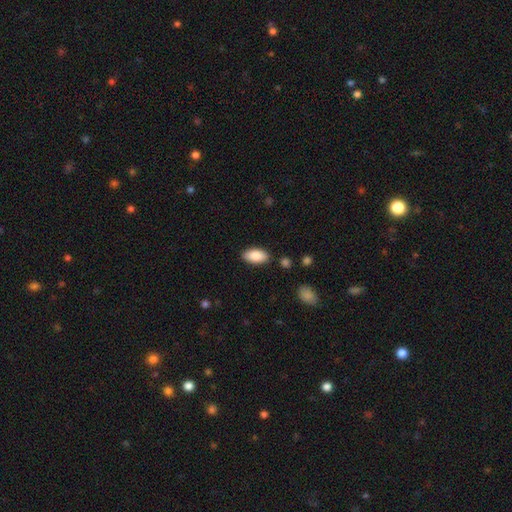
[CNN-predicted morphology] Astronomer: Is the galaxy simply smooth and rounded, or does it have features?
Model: smooth — 88%.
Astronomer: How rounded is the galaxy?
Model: in between — 93%.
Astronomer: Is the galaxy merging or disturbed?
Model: none — 85%.